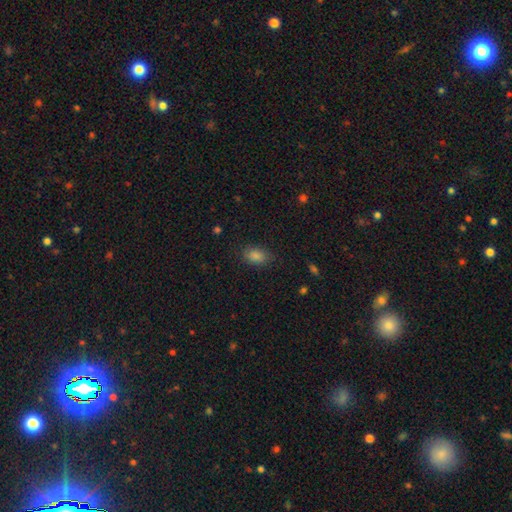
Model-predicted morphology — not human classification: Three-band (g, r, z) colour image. It shows a smooth galaxy with no disk features (83%) that is in between round and cigar-shaped (85%). Merging: none (83%).